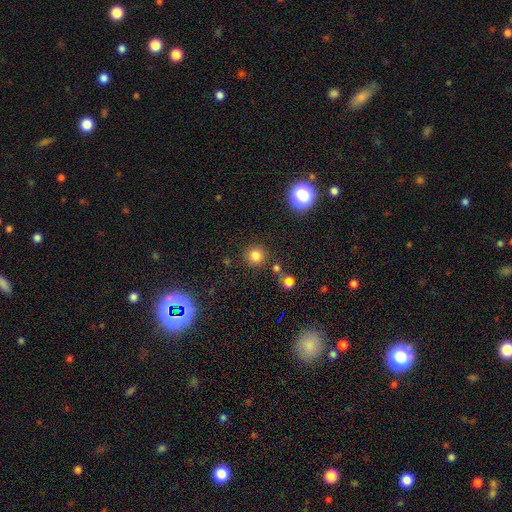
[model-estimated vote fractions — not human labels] A smooth galaxy with no disk features (78%) that is round (93%). Merging: none (84%).